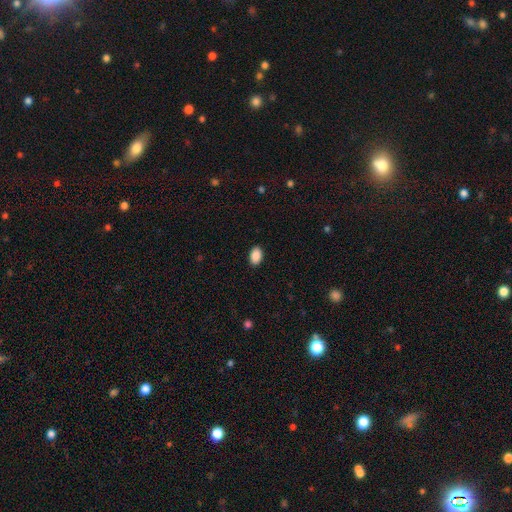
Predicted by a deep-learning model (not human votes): Overall: smooth (90%). How rounded: in between (90%). Merging: none (90%).